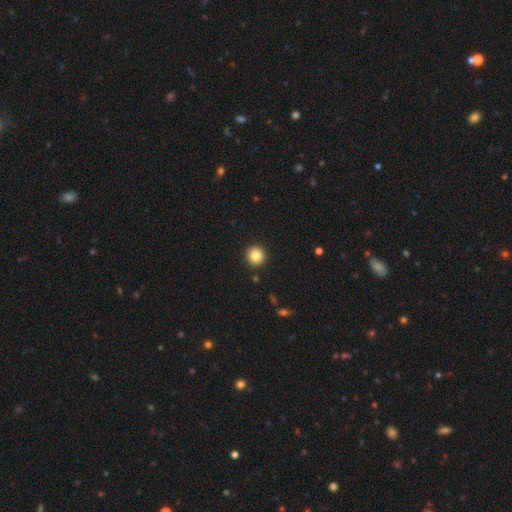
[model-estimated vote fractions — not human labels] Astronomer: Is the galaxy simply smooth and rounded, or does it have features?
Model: smooth — 84%.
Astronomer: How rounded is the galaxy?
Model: round — 95%.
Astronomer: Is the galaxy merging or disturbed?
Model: none — 93%.